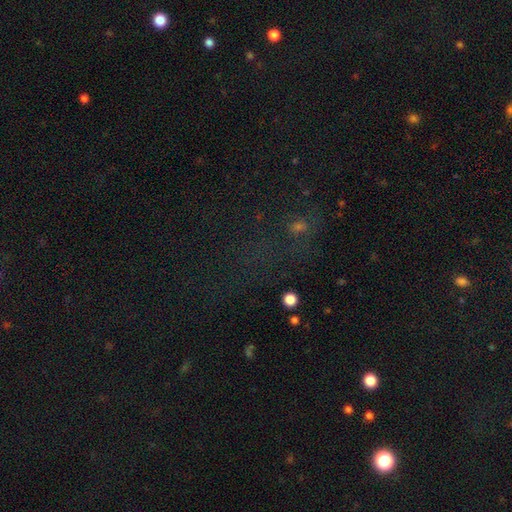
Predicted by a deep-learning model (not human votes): Q: Smooth or featured?
A: star or artifact (61%); runner-up: smooth (26%)